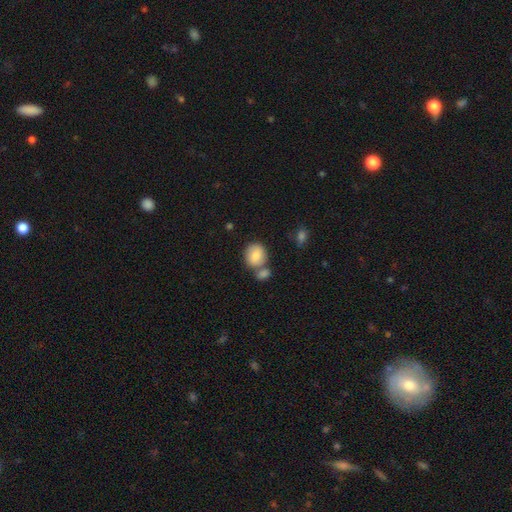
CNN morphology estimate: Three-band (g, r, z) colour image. It shows a smooth galaxy with no disk features (83%) that is round (66%). Merging: none (50%).